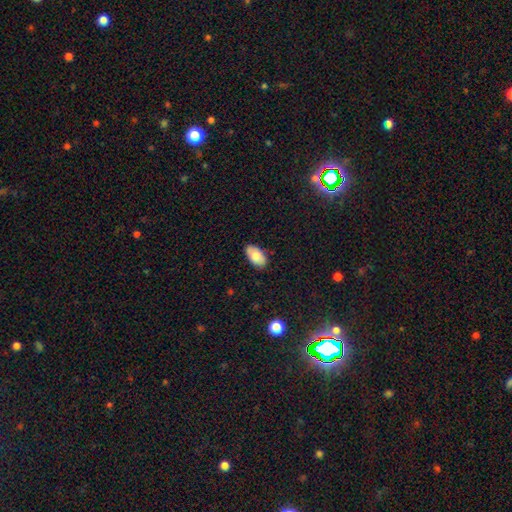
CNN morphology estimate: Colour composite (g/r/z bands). It shows a smooth galaxy with no disk features (76%) that is in between round and cigar-shaped (94%). Merging: none (84%).